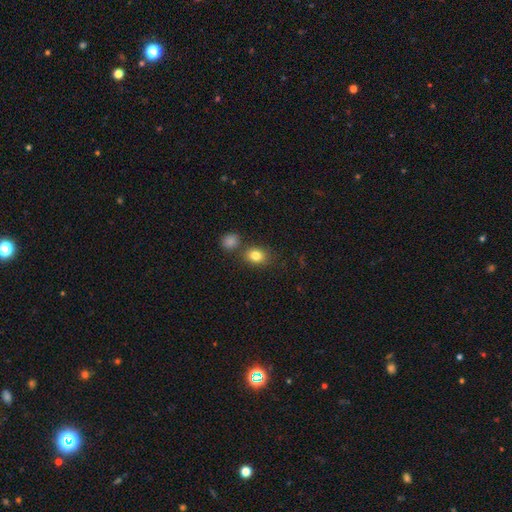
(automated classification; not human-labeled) Q: Smooth or featured?
A: smooth (82%); runner-up: star or artifact (10%)
Q: How rounded?
A: in between (55%); runner-up: round (44%)
Q: Merging?
A: none (70%); runner-up: merger (15%)